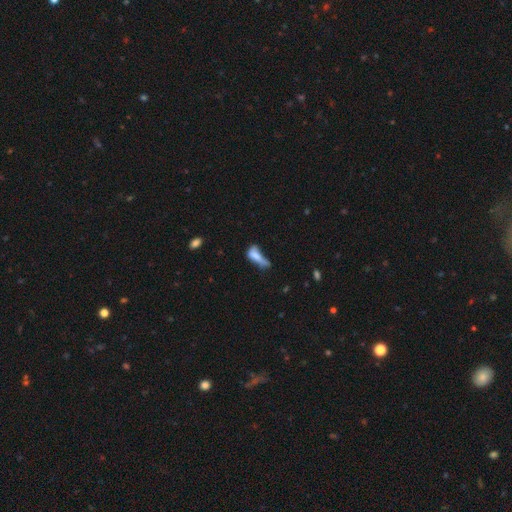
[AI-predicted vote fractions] smooth 65%, featured or disk 23%, star or artifact 11%. Down the decision tree: how rounded — in between (59%); merging — major disturbance (34%).